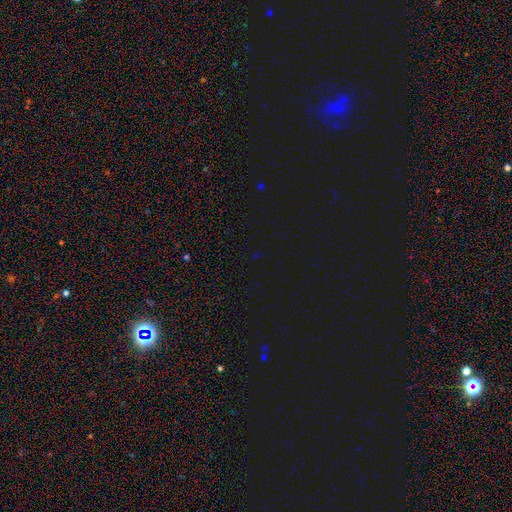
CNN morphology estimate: A star or artifact, not a galaxy (76%).